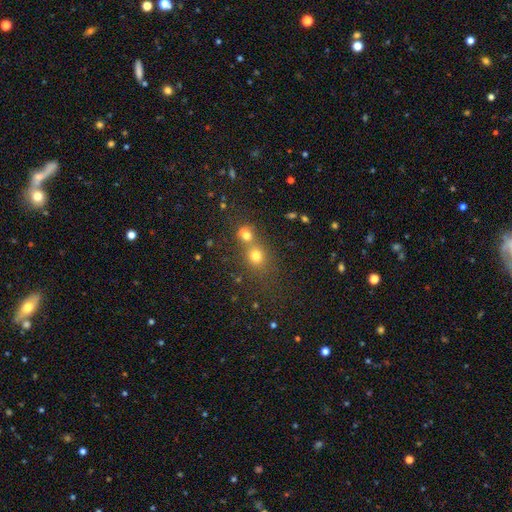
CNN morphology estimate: Q: Smooth or featured?
A: smooth (70%); runner-up: star or artifact (19%)
Q: How rounded?
A: round (77%); runner-up: in between (21%)
Q: Merging?
A: merger (47%); runner-up: none (43%)